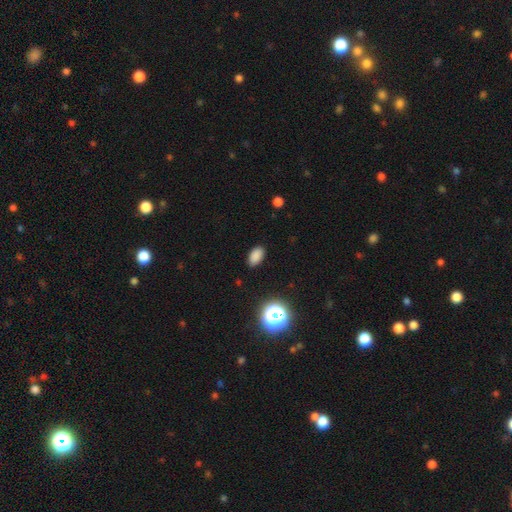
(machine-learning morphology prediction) This appears to be a smooth galaxy with no disk features (83%) that is in between round and cigar-shaped (90%). Merging: none (86%).